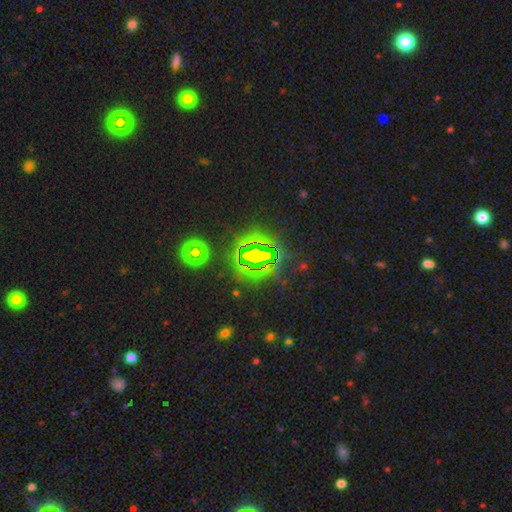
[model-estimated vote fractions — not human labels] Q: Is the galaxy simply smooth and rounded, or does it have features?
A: star or artifact — 78%.